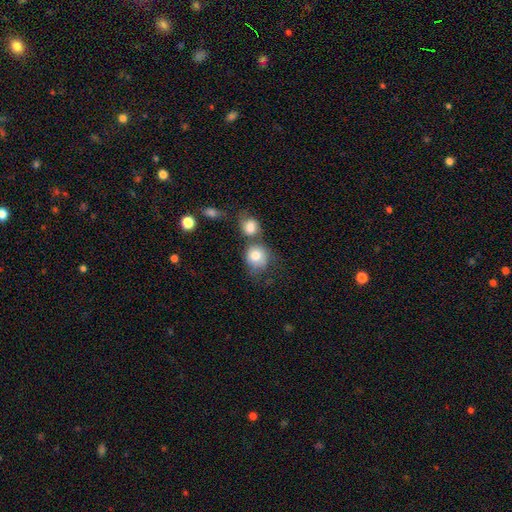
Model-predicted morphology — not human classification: smooth-or-featured: smooth: 79% | featured or disk: 12% | star or artifact: 8%
  how-rounded: round: 77% | in between: 22% | cigar-shaped: 1%
  merging: merger: 40% | none: 38% | minor disturbance: 15% | major disturbance: 7%